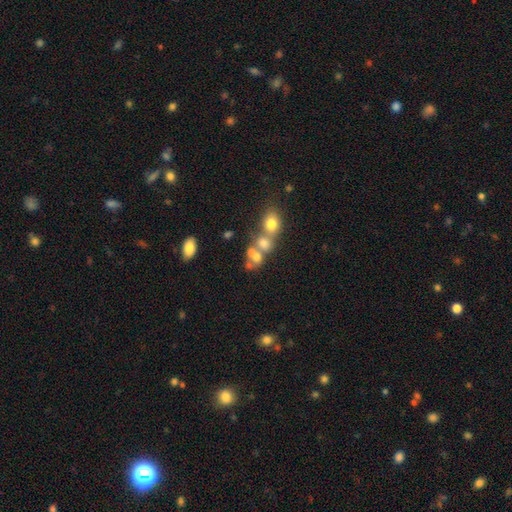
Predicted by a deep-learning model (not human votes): smooth 59%, featured or disk 26%, star or artifact 15%. Down the decision tree: how rounded — in between (50%); merging — merger (59%).